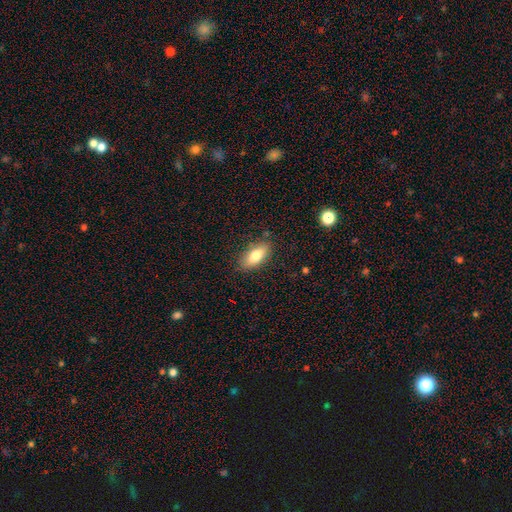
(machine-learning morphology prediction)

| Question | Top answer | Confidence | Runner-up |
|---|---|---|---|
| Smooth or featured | smooth | 76% | featured or disk (17%) |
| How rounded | in between | 81% | cigar-shaped (16%) |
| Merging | none | 84% | minor disturbance (12%) |